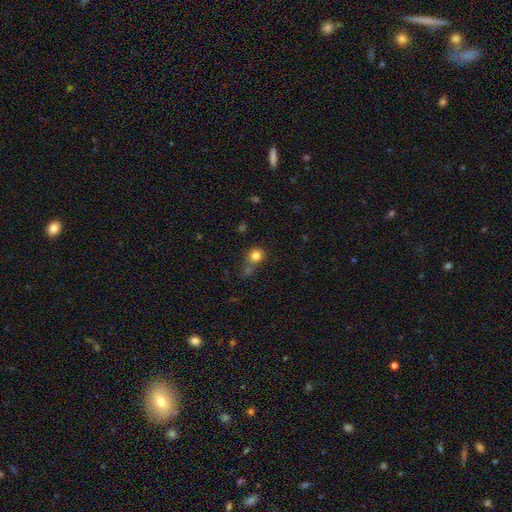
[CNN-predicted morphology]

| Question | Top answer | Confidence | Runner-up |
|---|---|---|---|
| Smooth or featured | smooth | 81% | star or artifact (12%) |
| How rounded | round | 84% | in between (15%) |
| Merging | none | 62% | merger (16%) |